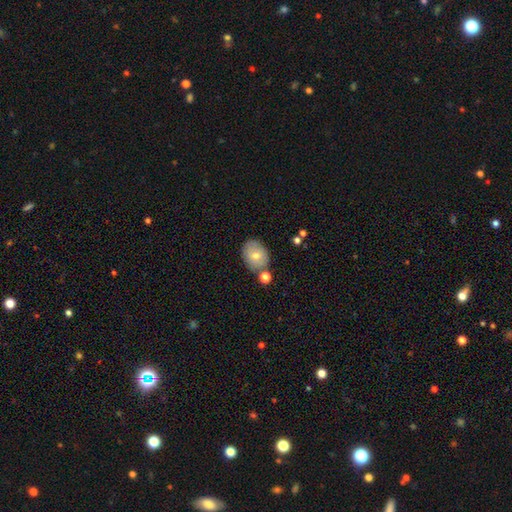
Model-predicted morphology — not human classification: This appears to be a smooth galaxy with no disk features (67%) that is in between round and cigar-shaped (56%). Merging: none (73%).